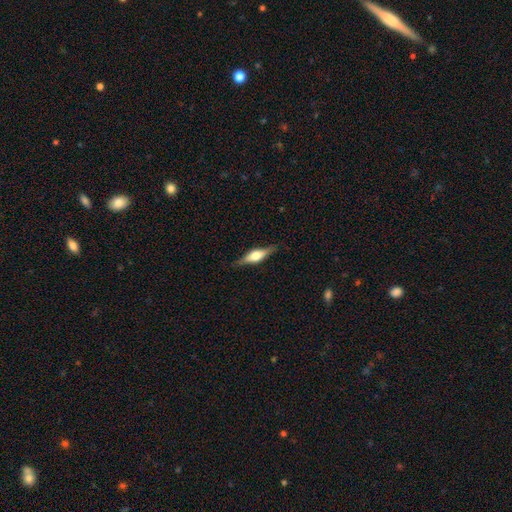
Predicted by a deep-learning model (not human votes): A featured or disk galaxy (62%) viewed edge-on (95%) with a rounded central bulge (89%).

Vote fractions:
- Smooth or featured? featured or disk: 62% / smooth: 32% / star or artifact: 6%
- Edge-on disk? yes: 95% / no: 5%
- Edge-on bulge? rounded: 89% / boxy: 9% / none: 2%
- Merging? none: 85% / minor disturbance: 11% / major disturbance: 3% / merger: 1%